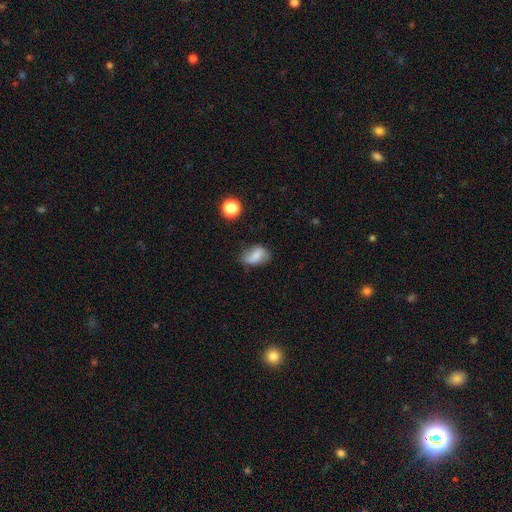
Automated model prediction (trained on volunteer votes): This is likely a smooth galaxy (67%). How rounded: clearly in between (84%). Merging: possibly none (59%).